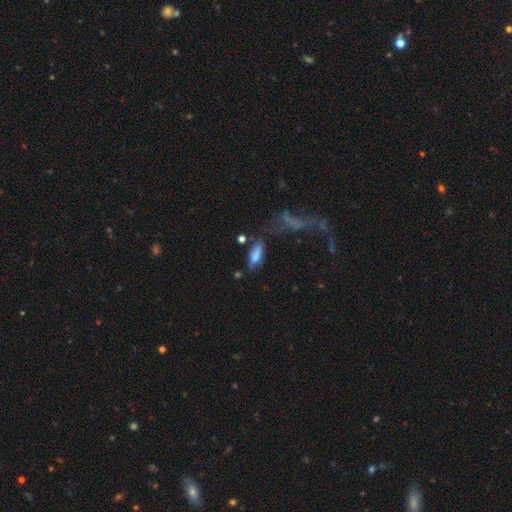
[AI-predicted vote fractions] Smooth or featured?
  - smooth: 73% *
  - featured or disk: 17%
  - star or artifact: 9%
How rounded?
  - in between: 66% *
  - cigar-shaped: 31%
  - round: 3%
Merging?
  - none: 55% *
  - minor disturbance: 23%
  - major disturbance: 12%
  - merger: 11%